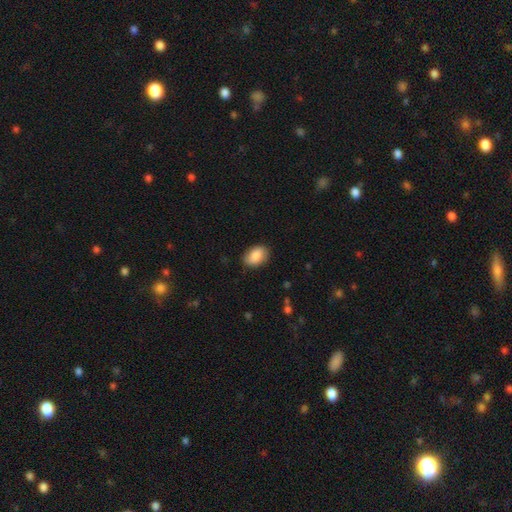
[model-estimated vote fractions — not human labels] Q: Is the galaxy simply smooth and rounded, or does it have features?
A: smooth — 84%.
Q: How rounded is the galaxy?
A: in between — 83%.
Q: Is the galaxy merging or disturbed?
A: none — 84%.